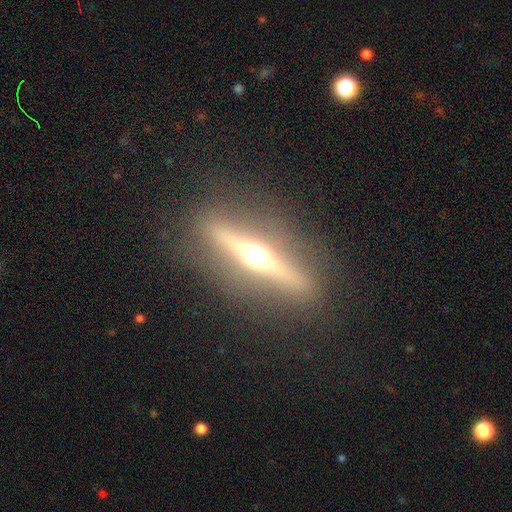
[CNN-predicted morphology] smooth-or-featured: featured or disk: 79% | smooth: 14% | star or artifact: 7%
  disk-edge-on: yes: 96% | no: 4%
    edge-on-bulge: rounded: 96% | boxy: 3% | none: 2%
  merging: none: 88% | minor disturbance: 7% | major disturbance: 3% | merger: 1%